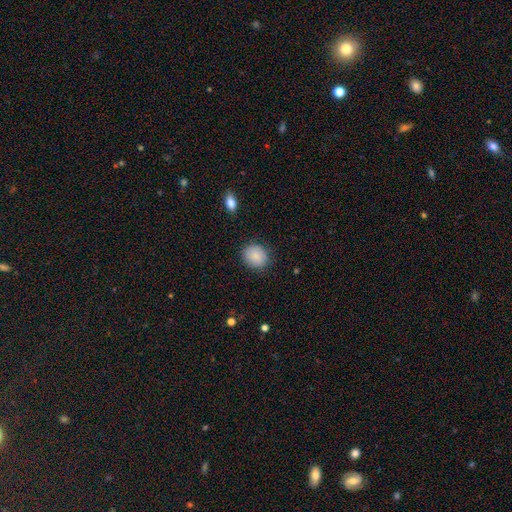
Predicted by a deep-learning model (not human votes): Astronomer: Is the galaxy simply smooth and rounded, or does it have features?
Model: smooth — 88%.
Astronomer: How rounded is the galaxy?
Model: round — 72%.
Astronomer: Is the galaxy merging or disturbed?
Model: none — 86%.